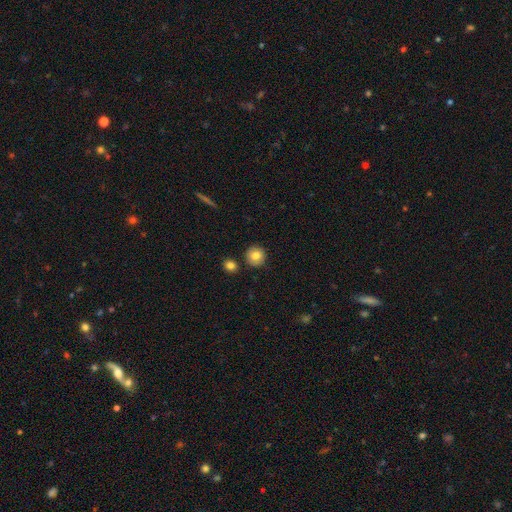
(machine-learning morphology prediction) Smooth or featured? Predicted: smooth (p=0.81). How rounded? Predicted: round (p=0.92). Merging? Predicted: none (p=0.88).